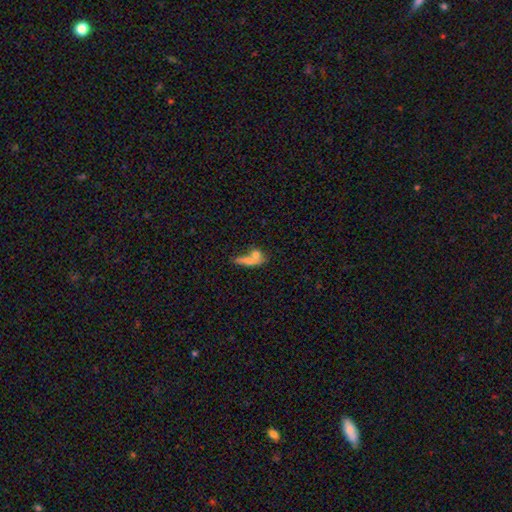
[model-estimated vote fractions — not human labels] smooth_or_featured: smooth (p=0.66) [alt: featured or disk p=0.23]
how_rounded: in between (p=0.45) [alt: cigar-shaped p=0.35]
merging: merger (p=0.47) [alt: none p=0.31]